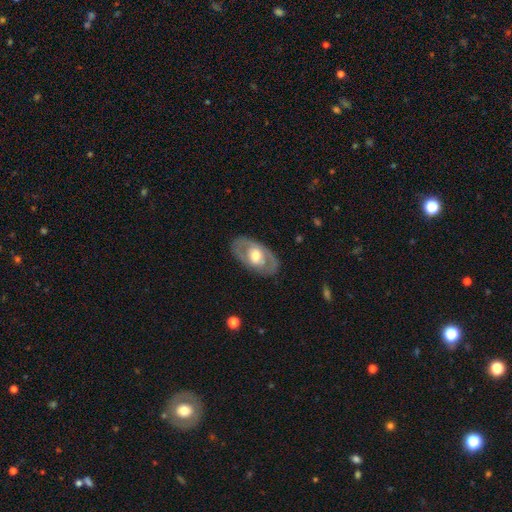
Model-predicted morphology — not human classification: A featured or disk galaxy (62%) with no bar (65%), no spiral arms (65%) and a moderate central bulge (66%). Merging: none (82%).